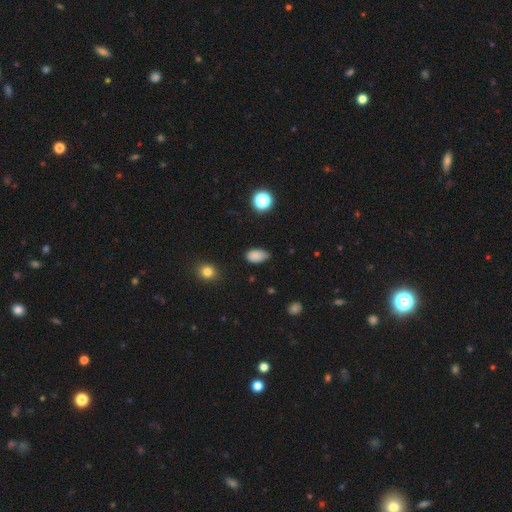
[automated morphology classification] This appears to be a smooth galaxy with no disk features (83%) that is in between round and cigar-shaped (89%). Merging: none (61%).